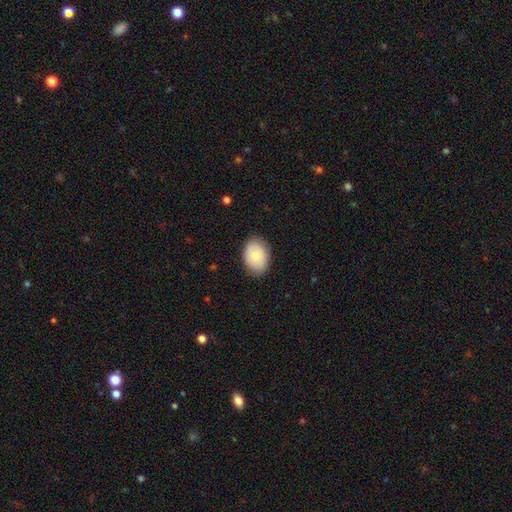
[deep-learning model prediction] A smooth galaxy with no disk features (69%) that is in between round and cigar-shaped (76%).

Vote fractions:
- Smooth or featured? smooth: 69% / featured or disk: 24% / star or artifact: 7%
- How rounded? in between: 76% / round: 23% / cigar-shaped: 1%
- Merging? none: 83% / minor disturbance: 13% / major disturbance: 3% / merger: 1%